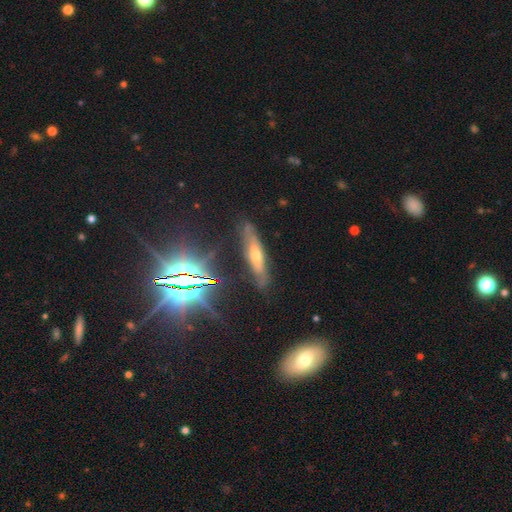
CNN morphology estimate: featured or disk 47%, smooth 34%, star or artifact 19%. Down the decision tree: merging — none (78%).